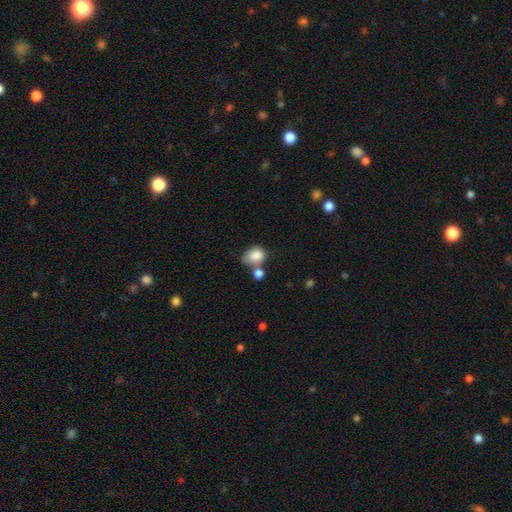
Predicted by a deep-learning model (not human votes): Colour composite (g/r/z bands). It shows a smooth galaxy with no disk features (84%) that is in between round and cigar-shaped (58%). Merging: none (40%).